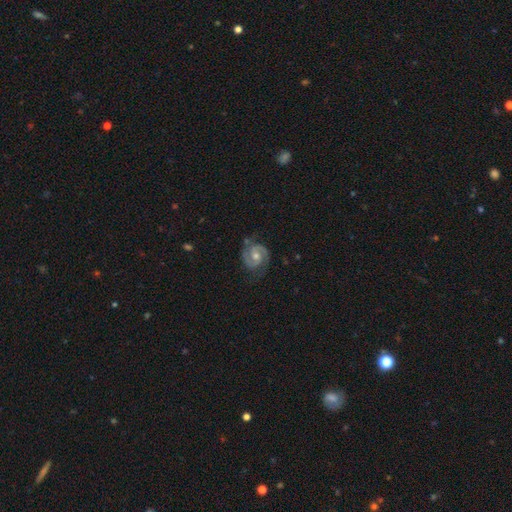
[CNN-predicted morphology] This is clearly a featured or disk galaxy (90%). It is clearly not viewed edge-on (98%). Bar: possibly no (53%). Spiral arm pattern: clearly yes (98%). Spiral arm count: clearly 2 (93%). Spiral winding: possibly tight (47%). Central bulge: likely moderate (64%). Merging: clearly none (82%).